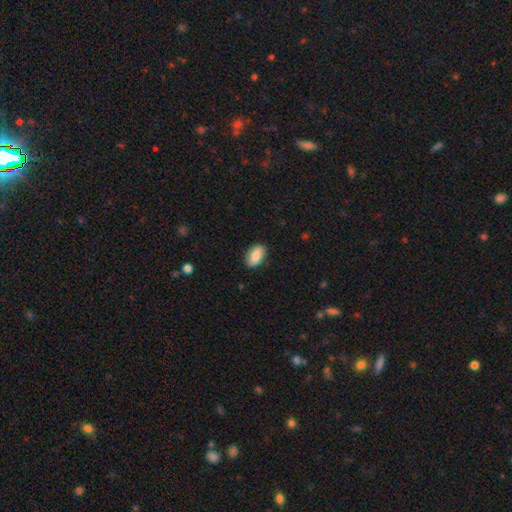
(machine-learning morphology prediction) This is clearly a smooth galaxy (84%). How rounded: clearly in between (89%). Merging: clearly none (85%).